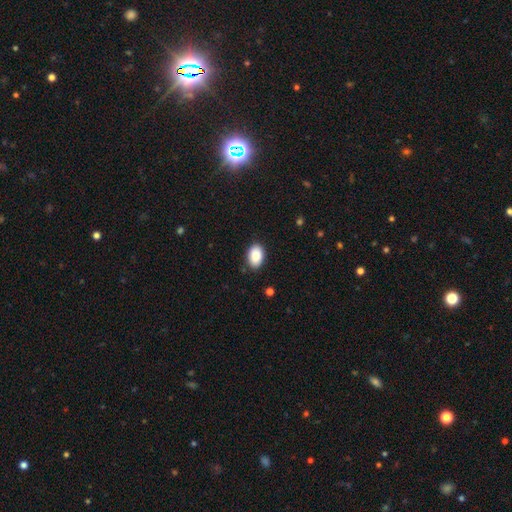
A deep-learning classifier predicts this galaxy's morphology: This is clearly a smooth galaxy (89%). How rounded: clearly in between (91%). Merging: clearly none (87%).